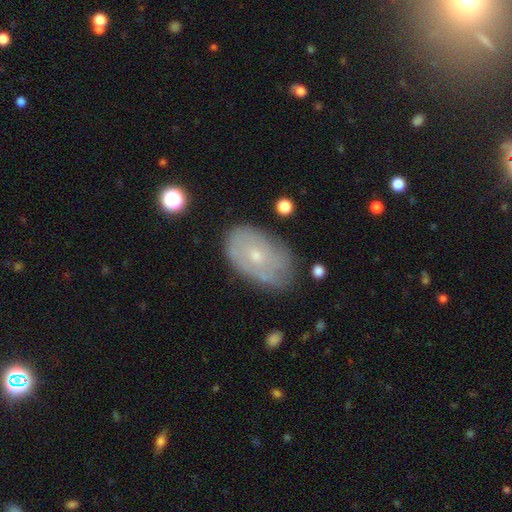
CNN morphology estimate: Smooth or featured: featured or disk — 47% (smooth — 45%)
Merging: none — 68% (minor disturbance — 23%)